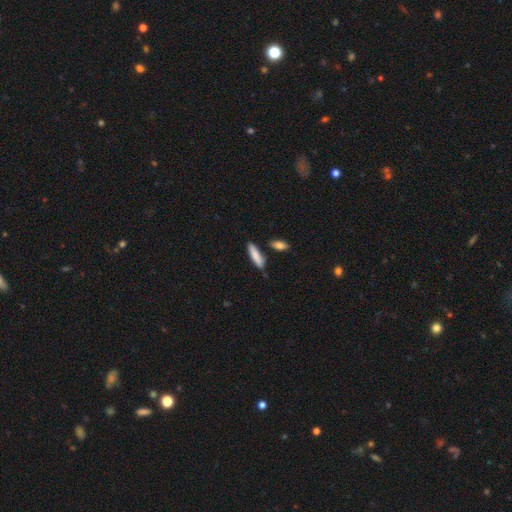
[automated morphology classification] This appears to be a smooth galaxy with no disk features (84%) that is cigar-shaped (70%). Merging: none (79%).